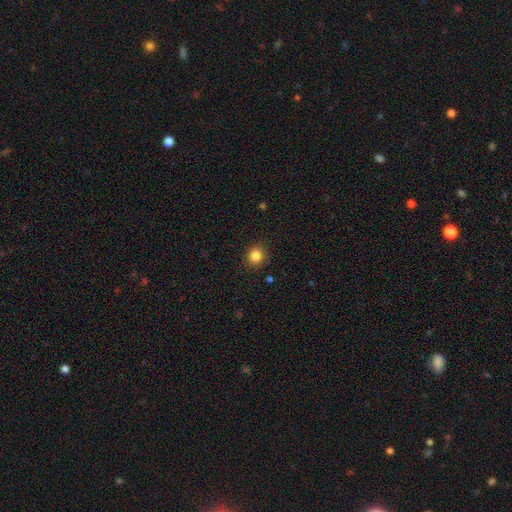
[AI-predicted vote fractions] This is clearly a smooth galaxy (84%). How rounded: clearly round (80%). Merging: clearly none (90%).